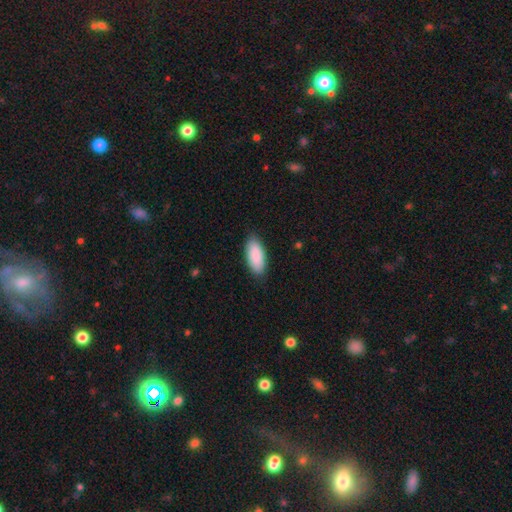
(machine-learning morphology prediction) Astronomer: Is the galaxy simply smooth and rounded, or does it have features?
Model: smooth — 90%.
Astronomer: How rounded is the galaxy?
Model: in between — 88%.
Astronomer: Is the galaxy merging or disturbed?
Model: none — 86%.